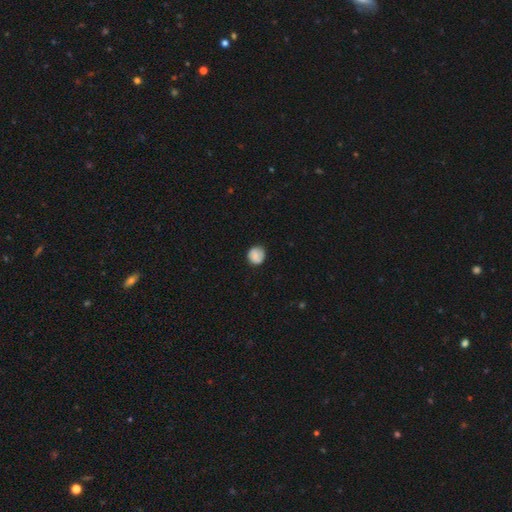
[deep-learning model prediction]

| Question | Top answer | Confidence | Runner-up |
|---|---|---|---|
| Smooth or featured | smooth | 81% | featured or disk (12%) |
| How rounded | round | 89% | in between (10%) |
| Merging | none | 80% | minor disturbance (15%) |